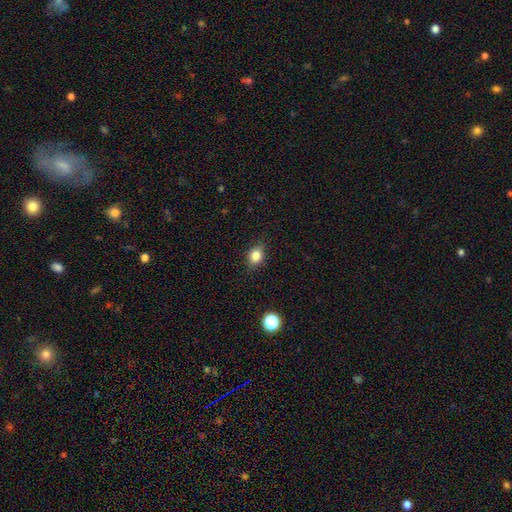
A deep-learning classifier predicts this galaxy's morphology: Smooth or featured? Predicted: smooth (p=0.82). How rounded? Predicted: in between (p=0.57). Merging? Predicted: none (p=0.86).